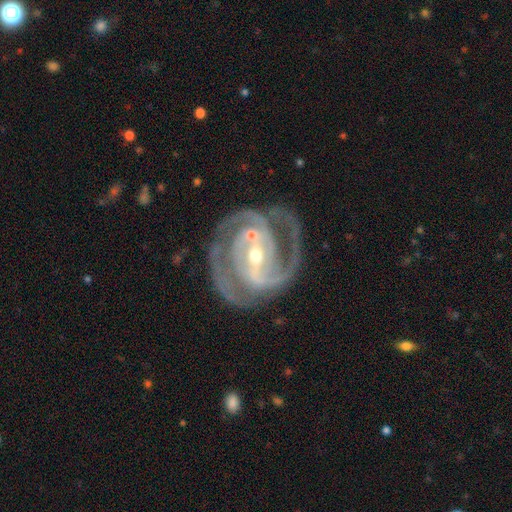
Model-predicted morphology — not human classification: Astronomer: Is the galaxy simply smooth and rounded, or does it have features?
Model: featured or disk — 92%.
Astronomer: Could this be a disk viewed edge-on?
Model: no — 97%.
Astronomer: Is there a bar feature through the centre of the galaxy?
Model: strong — 49% (runner-up: weak, 35%).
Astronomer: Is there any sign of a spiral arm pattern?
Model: yes — 98%.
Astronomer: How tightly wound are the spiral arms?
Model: tight — 51% (runner-up: medium, 43%).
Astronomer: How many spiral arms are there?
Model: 2 — 70%.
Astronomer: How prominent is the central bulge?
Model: small — 56% (runner-up: moderate, 41%).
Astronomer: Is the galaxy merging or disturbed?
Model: none — 62%.